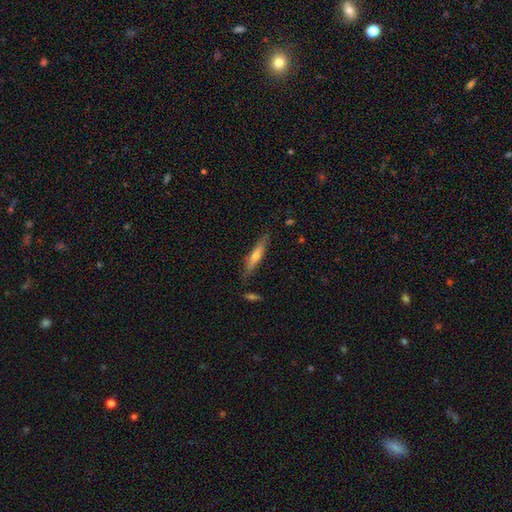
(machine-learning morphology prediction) Smooth or featured? smooth (49%)
Merging? none (80%)